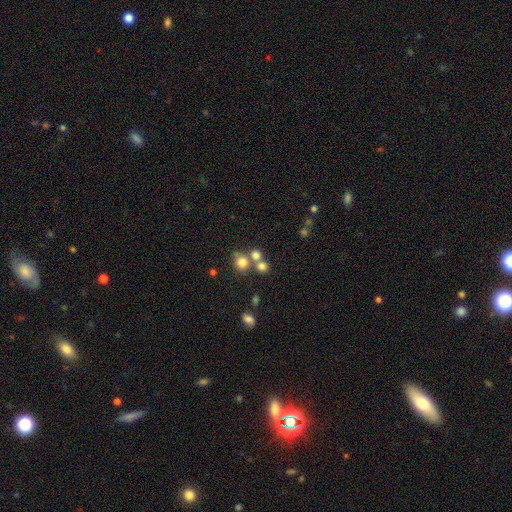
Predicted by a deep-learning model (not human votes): Q: Smooth or featured?
A: smooth (73%); runner-up: star or artifact (16%)
Q: How rounded?
A: round (85%); runner-up: in between (14%)
Q: Merging?
A: none (49%); runner-up: merger (39%)